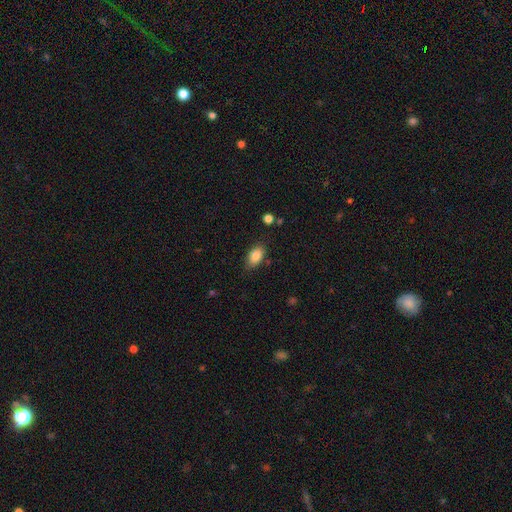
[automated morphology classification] smooth-or-featured: smooth: 85% | star or artifact: 8% | featured or disk: 7%
  how-rounded: in between: 89% | round: 8% | cigar-shaped: 3%
  merging: none: 79% | minor disturbance: 15% | major disturbance: 3% | merger: 2%